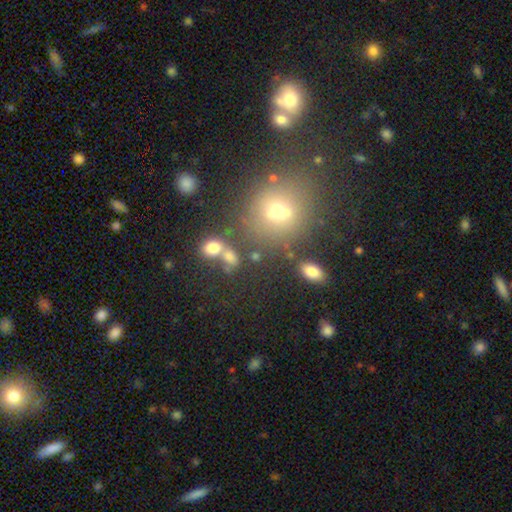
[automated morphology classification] The model was most divided on "smooth or featured": smooth: 53%, star or artifact: 32%, featured or disk: 15%. More confident: merging — none (70%); how rounded — round (70%).